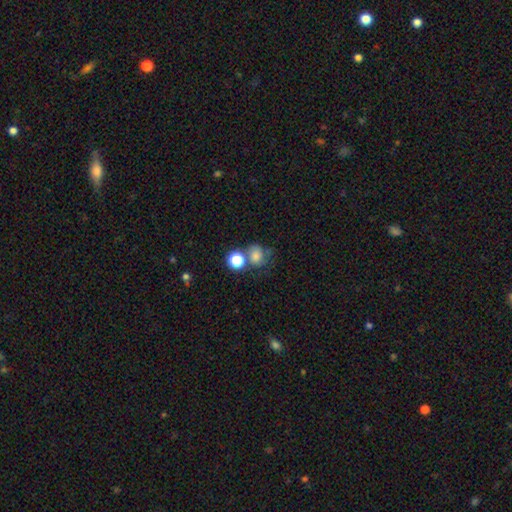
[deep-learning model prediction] Smooth or featured?
  - smooth: 70% *
  - featured or disk: 15%
  - star or artifact: 15%
How rounded?
  - round: 75% *
  - in between: 24%
  - cigar-shaped: 1%
Merging?
  - none: 44% *
  - merger: 29%
  - minor disturbance: 16%
  - major disturbance: 11%